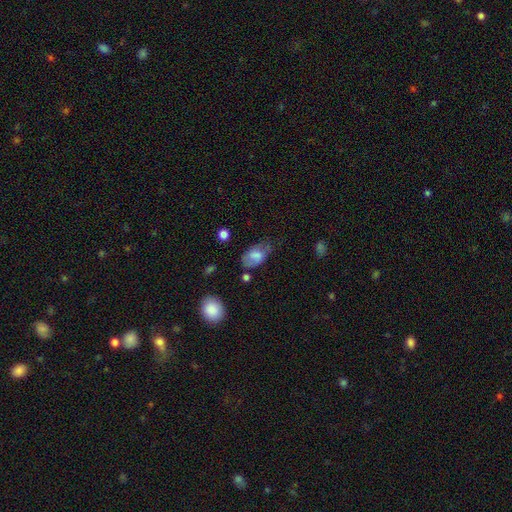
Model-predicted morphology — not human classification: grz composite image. It shows a smooth galaxy with no disk features (71%) that is in between round and cigar-shaped (91%). Merging: none (47%).